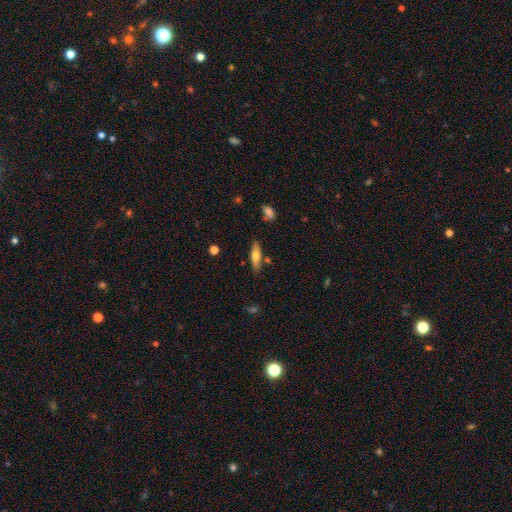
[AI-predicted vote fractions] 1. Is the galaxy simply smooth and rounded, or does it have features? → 57% smooth, 36% featured or disk, 7% star or artifact.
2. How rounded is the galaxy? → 66% cigar-shaped, 32% in between, 2% round.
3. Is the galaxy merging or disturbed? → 78% none, 13% minor disturbance, 6% merger, 3% major disturbance.